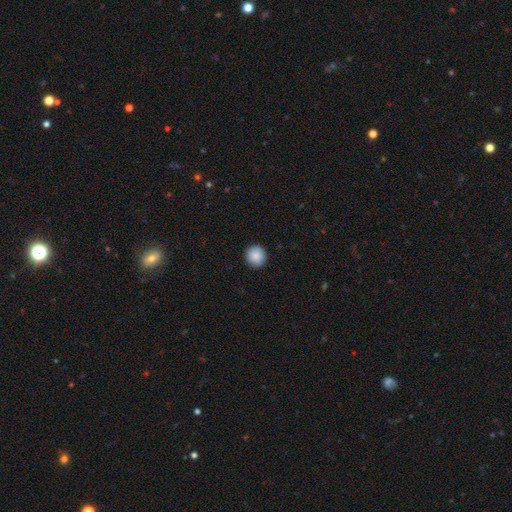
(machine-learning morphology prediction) type=smooth (89%); roundness=round (95%); merging=none (93%).